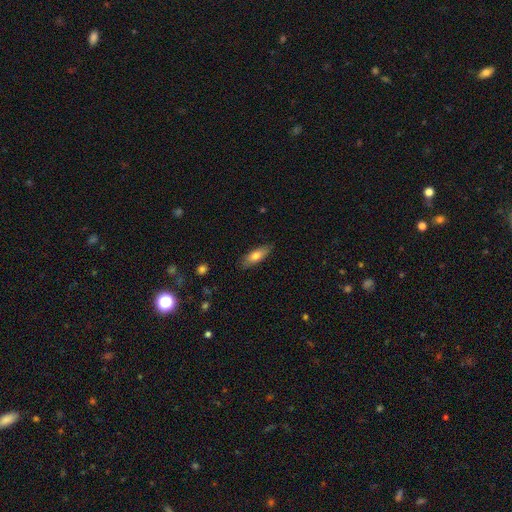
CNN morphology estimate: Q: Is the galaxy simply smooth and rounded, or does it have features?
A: smooth — 73%.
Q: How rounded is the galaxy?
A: in between — 61%.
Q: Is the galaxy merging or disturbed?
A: none — 85%.